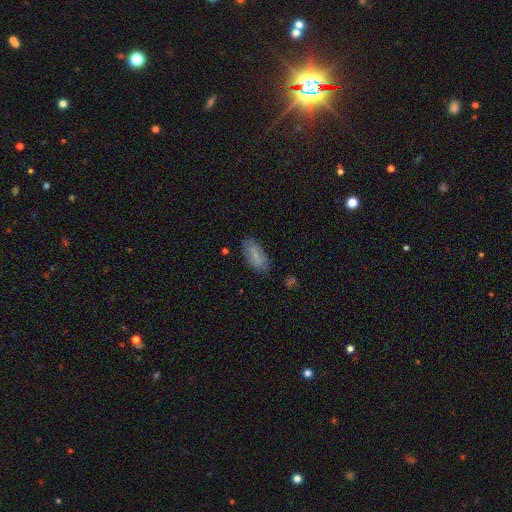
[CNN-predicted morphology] Smooth or featured: smooth — 72% (featured or disk — 20%)
How rounded: in between — 85% (cigar-shaped — 12%)
Merging: none — 79% (minor disturbance — 16%)